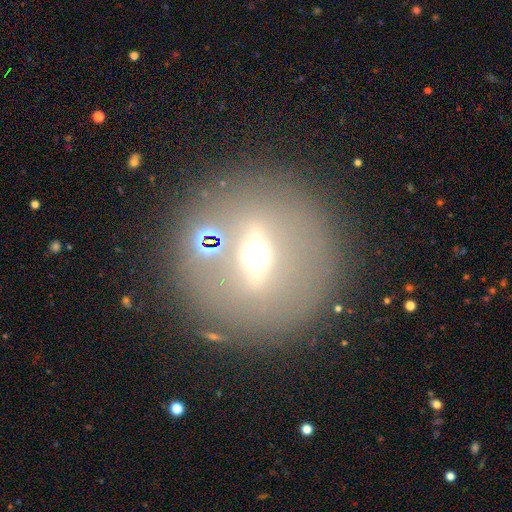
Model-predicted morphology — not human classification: A featured or disk galaxy (61%) viewed edge-on (61%).

Vote fractions:
- Smooth or featured? featured or disk: 61% / smooth: 24% / star or artifact: 15%
- Edge-on disk? yes: 61% / no: 39%
- Merging? none: 84% / minor disturbance: 8% / major disturbance: 4% / merger: 4%